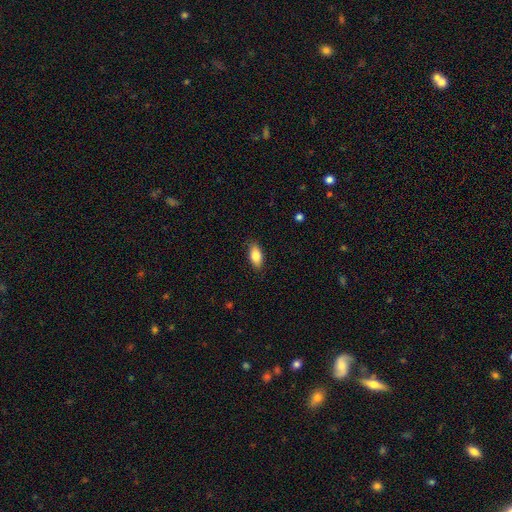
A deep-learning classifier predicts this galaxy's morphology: type=smooth (83%); roundness=in between (88%); merging=none (86%).